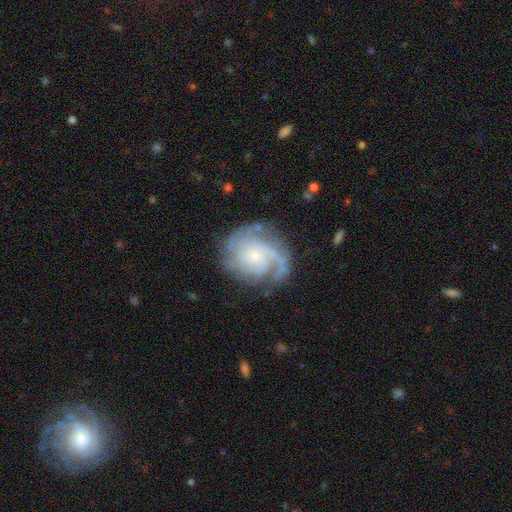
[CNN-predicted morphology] Smooth or featured? featured or disk (83%)
Edge-on disk? no (98%)
Bar? no (73%)
Spiral arms? yes (96%)
Spiral winding? tight (55%)
Spiral arm count? can't tell (26%, tied with 2)
Bulge size? small (68%)
Merging? none (69%)